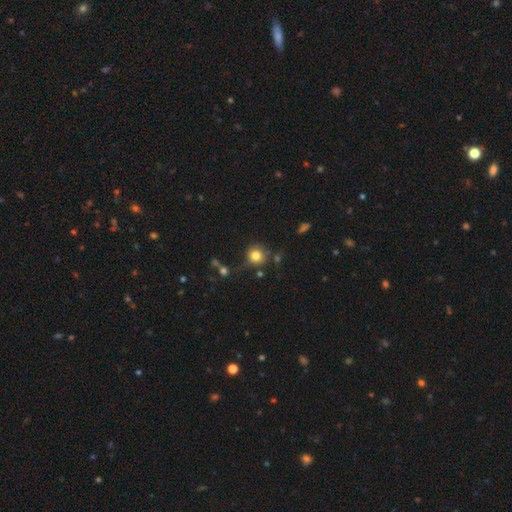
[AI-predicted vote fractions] Smooth or featured? smooth (80%)
How rounded? round (90%)
Merging? none (69%)